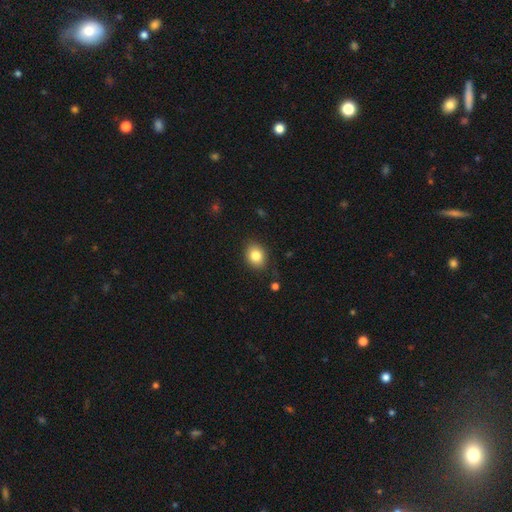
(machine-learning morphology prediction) A smooth galaxy with no disk features (83%) that is round (50%). Merging: none (87%).